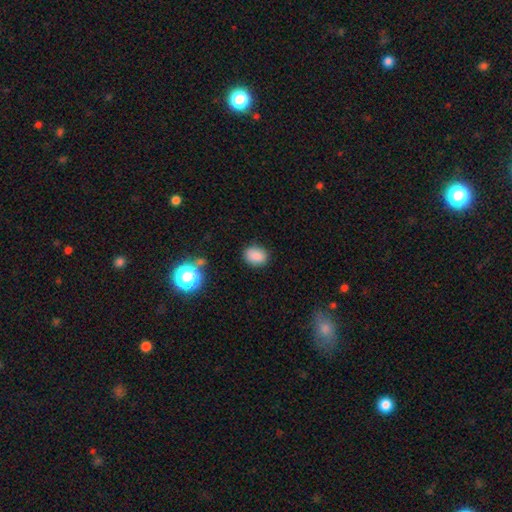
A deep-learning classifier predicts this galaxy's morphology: type=smooth (85%); roundness=in between (62%); merging=none (85%).